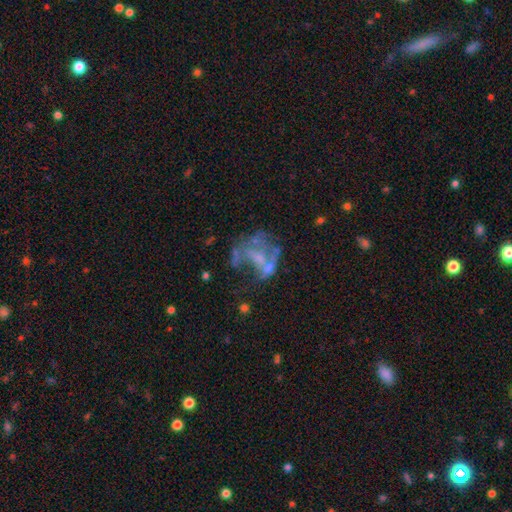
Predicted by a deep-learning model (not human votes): smooth_or_featured: featured or disk (p=0.63) [alt: smooth p=0.20]
disk_edge_on: no (p=0.97) [alt: yes p=0.03]
bar: no (p=0.76) [alt: weak p=0.18]
has_spiral_arms: no (p=0.83) [alt: yes p=0.17]
bulge_size: none (p=0.56) [alt: small p=0.20]
merging: major disturbance (p=0.37) [alt: none p=0.30]